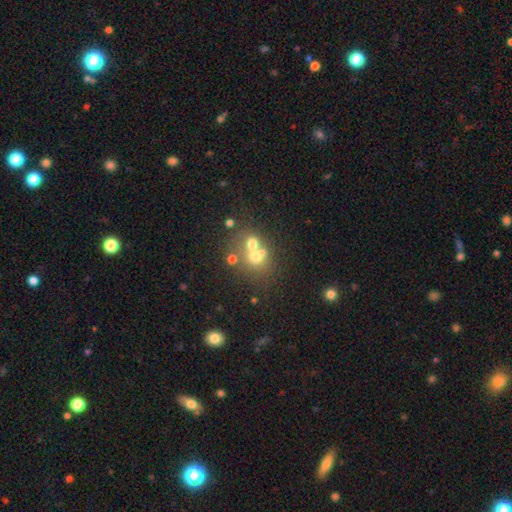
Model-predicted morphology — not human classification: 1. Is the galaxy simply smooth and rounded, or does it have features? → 55% smooth, 26% featured or disk, 19% star or artifact.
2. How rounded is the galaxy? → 76% round, 24% in between, 1% cigar-shaped.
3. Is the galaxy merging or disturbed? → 50% merger, 37% none, 8% minor disturbance, 5% major disturbance.